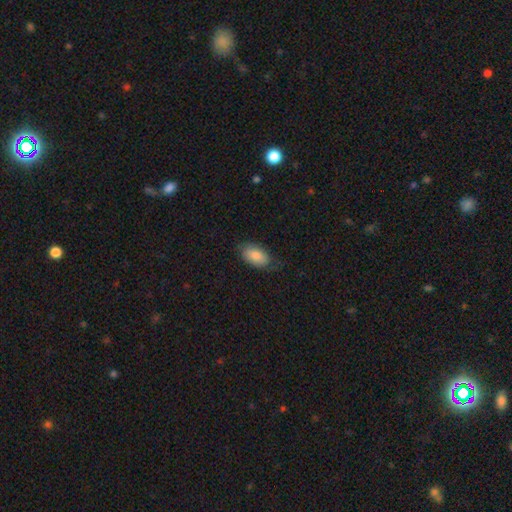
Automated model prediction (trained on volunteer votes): Morphology: type=smooth (81%); roundness=in between (94%); merging=none (68%).